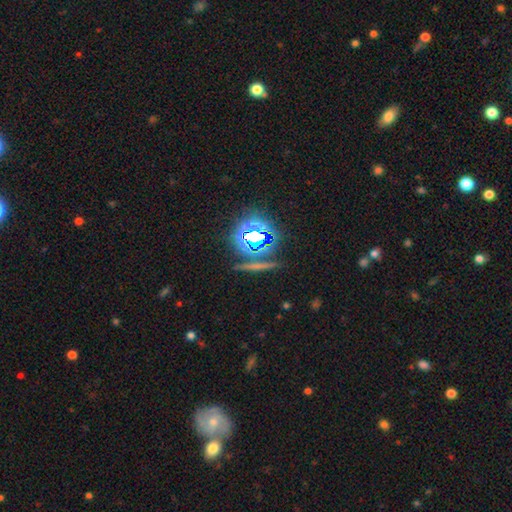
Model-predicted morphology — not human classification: Overall: star or artifact (80%).